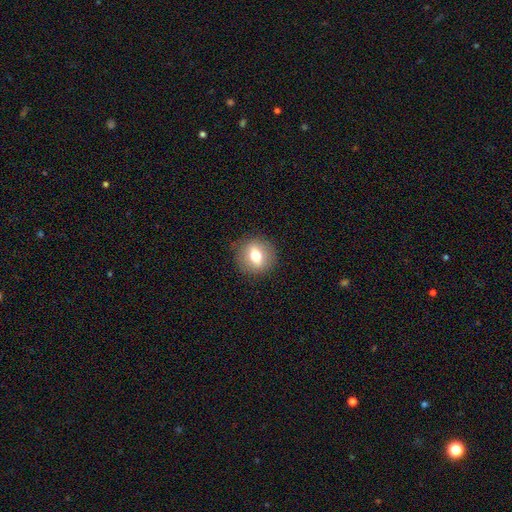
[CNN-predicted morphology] A smooth galaxy with no disk features (63%) that is round (79%). Merging: none (88%).